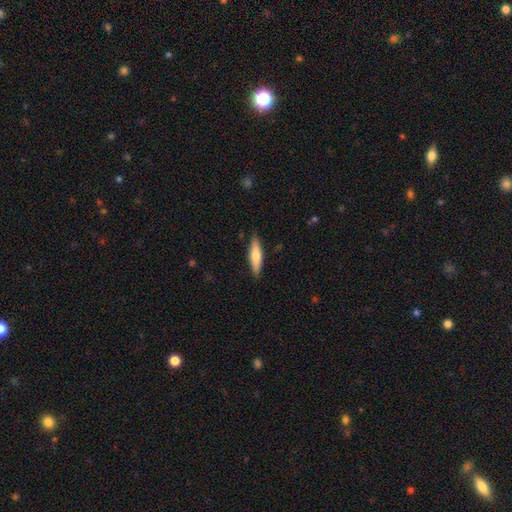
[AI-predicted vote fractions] Smooth or featured?
  - smooth: 68% *
  - featured or disk: 27%
  - star or artifact: 6%
How rounded?
  - cigar-shaped: 71% *
  - in between: 27%
  - round: 2%
Merging?
  - none: 88% *
  - minor disturbance: 9%
  - major disturbance: 2%
  - merger: 1%